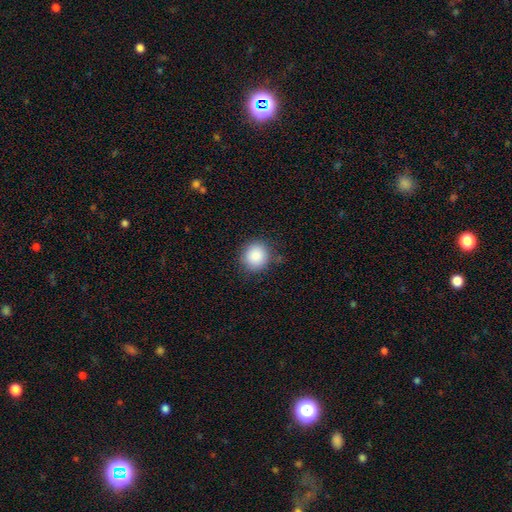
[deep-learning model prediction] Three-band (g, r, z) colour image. It shows a smooth galaxy with no disk features (88%) that is round (86%). Merging: none (84%).